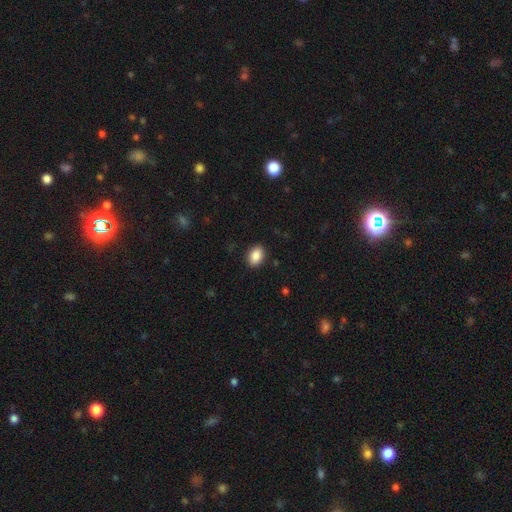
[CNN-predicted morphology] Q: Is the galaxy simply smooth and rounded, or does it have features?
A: smooth — 89%.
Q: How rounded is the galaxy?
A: in between — 77%.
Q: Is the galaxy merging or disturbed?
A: none — 89%.